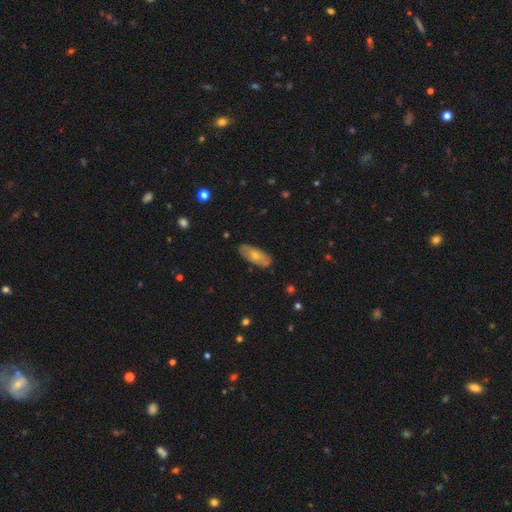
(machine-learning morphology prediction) Q: Smooth or featured?
A: smooth (57%); runner-up: featured or disk (37%)
Q: How rounded?
A: in between (84%); runner-up: cigar-shaped (13%)
Q: Merging?
A: none (81%); runner-up: minor disturbance (15%)